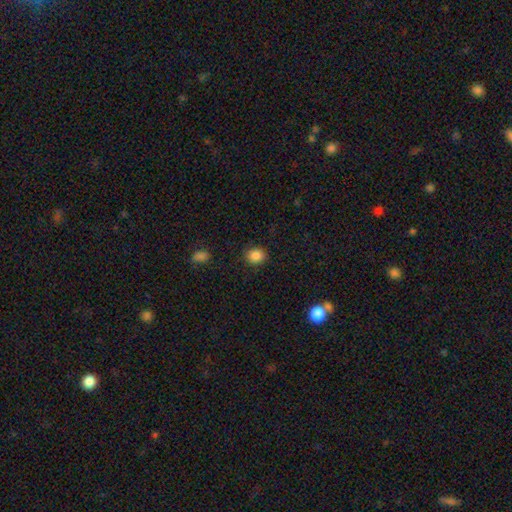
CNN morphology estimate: type=smooth (85%); roundness=round (67%); merging=none (88%).